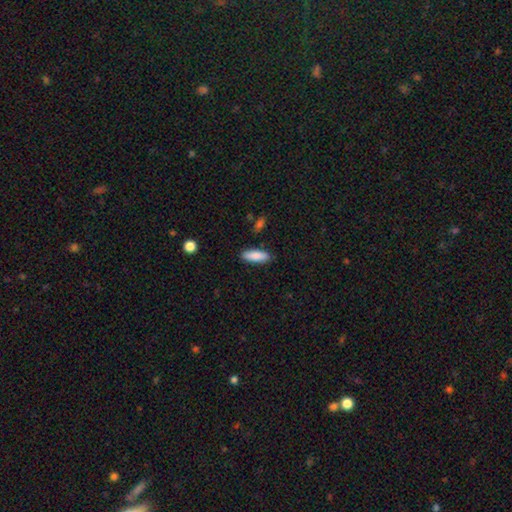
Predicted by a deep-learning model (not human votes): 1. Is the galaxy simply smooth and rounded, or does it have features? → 87% smooth, 7% featured or disk, 6% star or artifact.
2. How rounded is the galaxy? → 65% in between, 33% cigar-shaped, 2% round.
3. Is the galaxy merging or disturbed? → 87% none, 9% minor disturbance, 2% major disturbance, 2% merger.